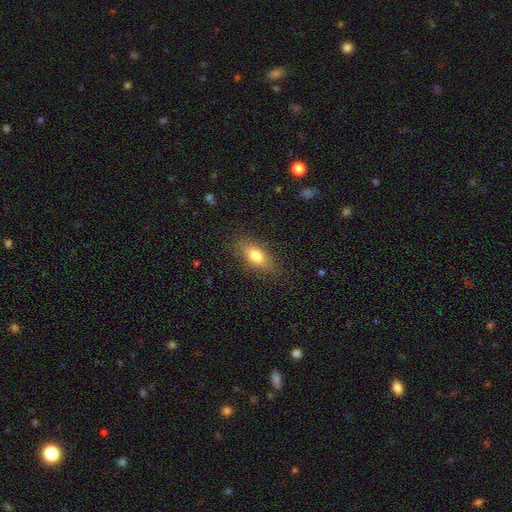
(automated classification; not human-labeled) A smooth galaxy with no disk features (75%) that is in between round and cigar-shaped (78%).

Vote fractions:
- Smooth or featured? smooth: 75% / featured or disk: 16% / star or artifact: 9%
- How rounded? in between: 78% / cigar-shaped: 14% / round: 8%
- Merging? none: 84% / minor disturbance: 12% / major disturbance: 3% / merger: 1%